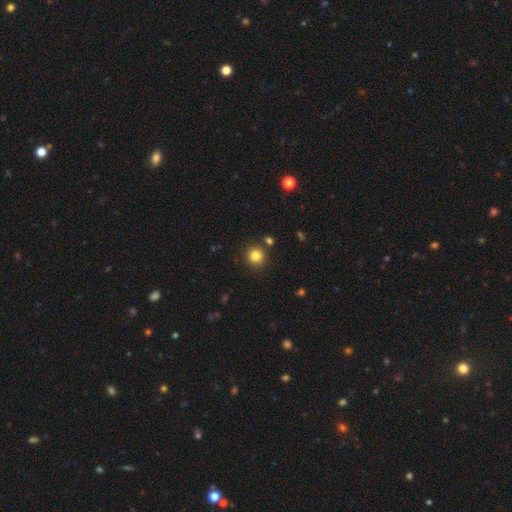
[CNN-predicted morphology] Smooth or featured? Predicted: smooth (p=0.83). How rounded? Predicted: round (p=0.93). Merging? Predicted: none (p=0.86).